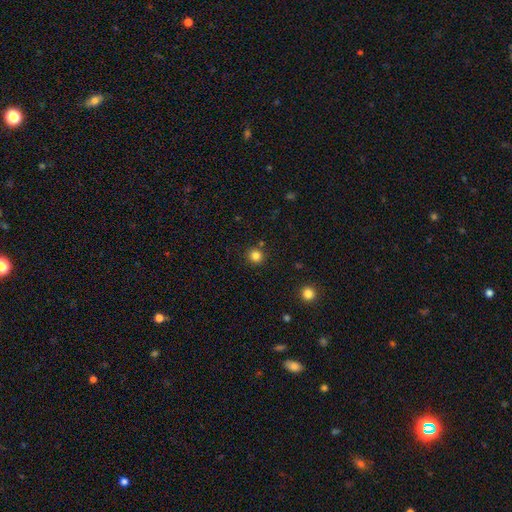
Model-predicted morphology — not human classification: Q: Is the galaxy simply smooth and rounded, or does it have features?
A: smooth — 83%.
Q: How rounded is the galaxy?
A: round — 93%.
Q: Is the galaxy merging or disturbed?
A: none — 86%.